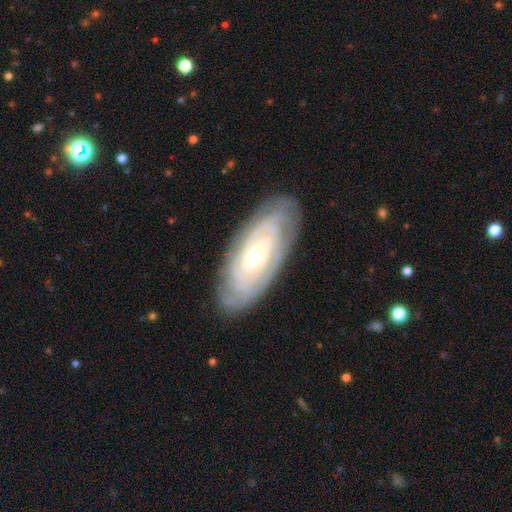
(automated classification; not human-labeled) smooth-or-featured: featured or disk: 81% | smooth: 14% | star or artifact: 5%
  disk-edge-on: no: 91% | yes: 9%
    bar: no: 51% | weak: 35% | strong: 14%
    has-spiral-arms: yes: 92% | no: 8%
      spiral-winding: tight: 82% | medium: 15% | loose: 3%
      spiral-arm-count: can't tell: 51% | 2: 16% | 3: 11% | 4: 11% | more than 4: 6% | 1: 4%
    bulge-size: small: 61% | moderate: 34% | large: 3% | none: 1% | dominant: 1%
  merging: none: 82% | minor disturbance: 13% | major disturbance: 3% | merger: 1%